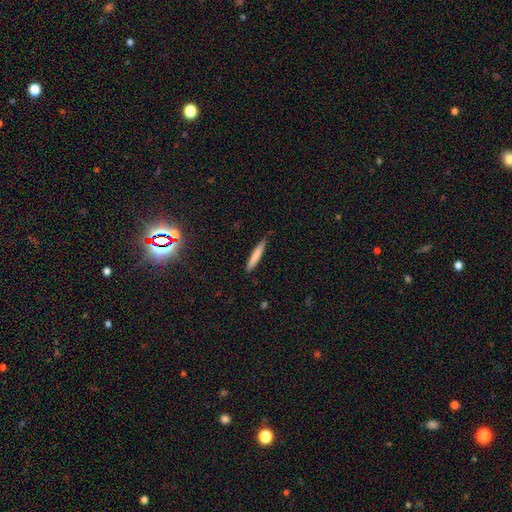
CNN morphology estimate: smooth_or_featured: smooth (p=0.78) [alt: featured or disk p=0.16]
how_rounded: cigar-shaped (p=0.94) [alt: in between p=0.05]
merging: none (p=0.83) [alt: minor disturbance p=0.14]